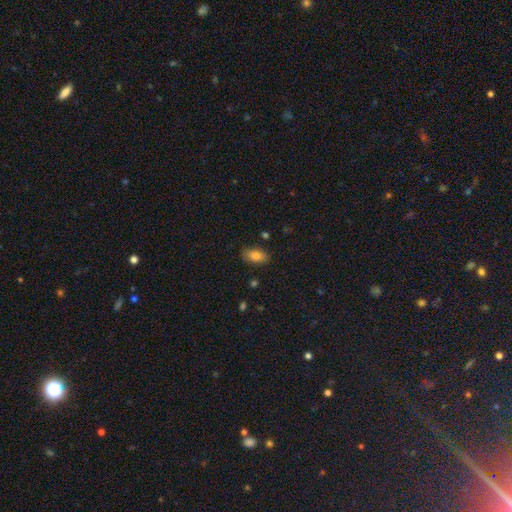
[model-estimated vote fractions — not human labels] This is clearly a smooth galaxy (80%). How rounded: clearly in between (91%). Merging: clearly none (84%).